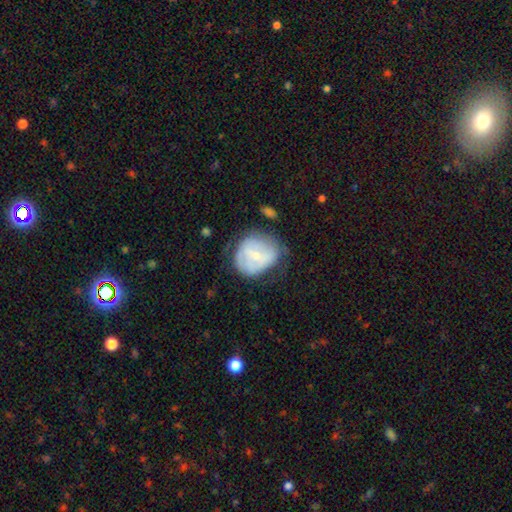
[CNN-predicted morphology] featured or disk 48%, smooth 44%, star or artifact 7%. Down the decision tree: merging — none (46%).